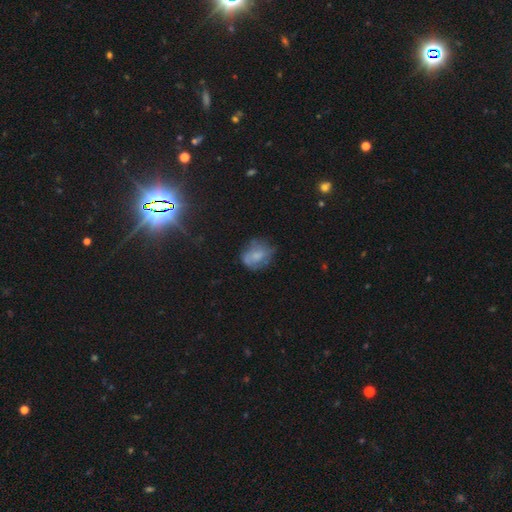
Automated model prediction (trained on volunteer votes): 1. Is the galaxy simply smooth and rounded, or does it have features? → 60% smooth, 29% featured or disk, 11% star or artifact.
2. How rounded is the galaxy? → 51% round, 48% in between, 1% cigar-shaped.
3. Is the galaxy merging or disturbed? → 54% none, 28% minor disturbance, 16% major disturbance, 3% merger.